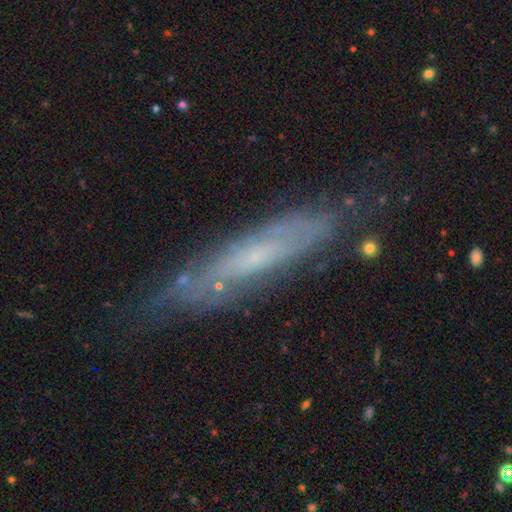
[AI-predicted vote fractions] Smooth or featured? Predicted: featured or disk (p=0.61). Edge-on disk? Predicted: yes (p=0.54). Merging? Predicted: none (p=0.72).